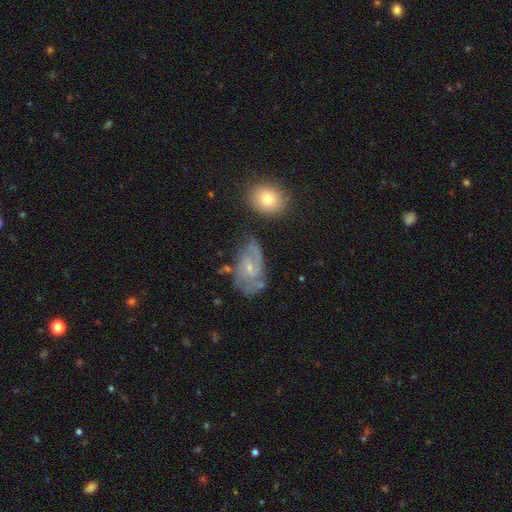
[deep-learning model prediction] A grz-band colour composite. It shows a featured or disk galaxy (61%) with no bar (59%), spiral arms (83%) and a small central bulge (63%). Merging: none (70%).